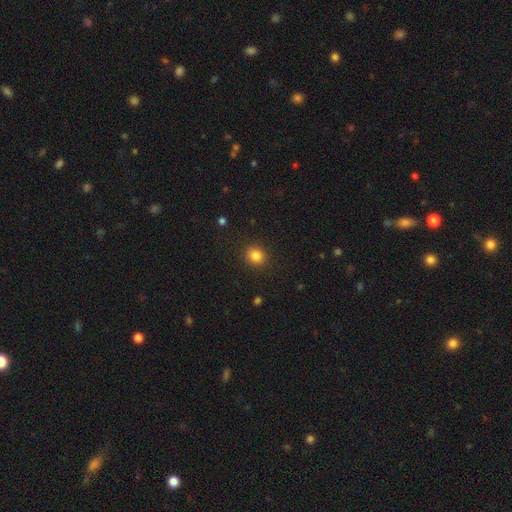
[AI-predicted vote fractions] A smooth galaxy with no disk features (83%) that is round (79%).

Vote fractions:
- Smooth or featured? smooth: 83% / star or artifact: 11% / featured or disk: 5%
- How rounded? round: 79% / in between: 20% / cigar-shaped: 1%
- Merging? none: 91% / minor disturbance: 6% / major disturbance: 2% / merger: 1%